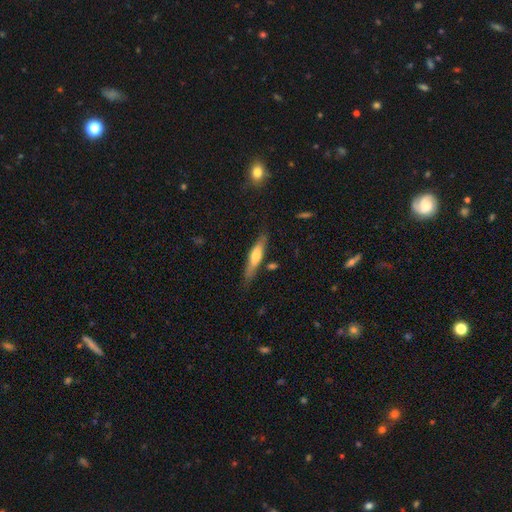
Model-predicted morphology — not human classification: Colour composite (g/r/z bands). It shows a smooth galaxy with no disk features (56%) that is cigar-shaped (78%). Merging: none (74%).